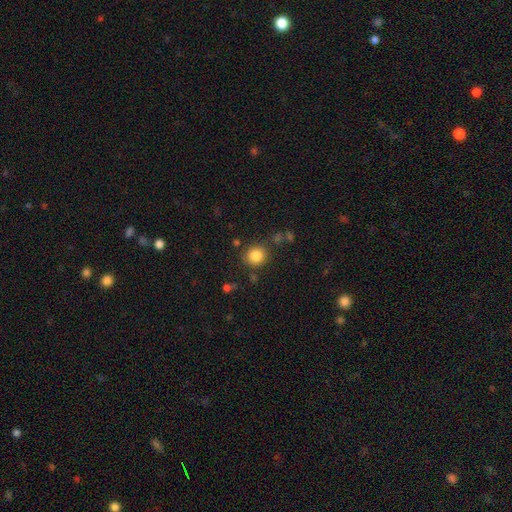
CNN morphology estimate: The model was most divided on "smooth or featured": smooth: 84%, star or artifact: 11%, featured or disk: 5%. More confident: how rounded — round (90%); merging — none (84%).